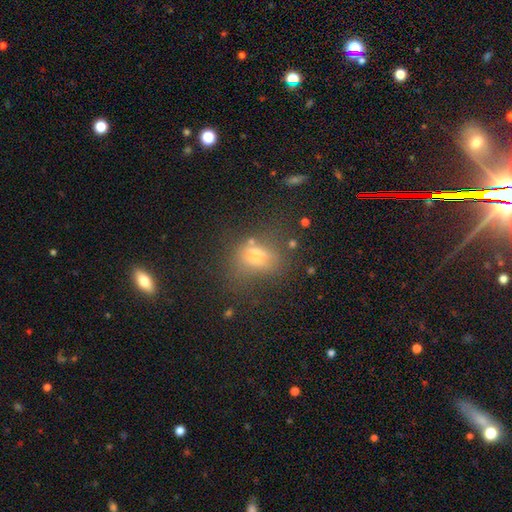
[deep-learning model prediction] The model was most divided on "how rounded": in between: 56%, round: 42%, cigar-shaped: 2%. Remaining: smooth or featured — smooth (64%); merging — none (50%).